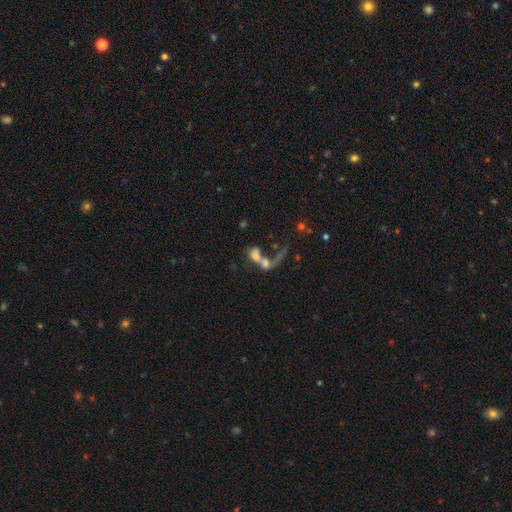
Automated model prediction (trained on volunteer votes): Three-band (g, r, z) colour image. It shows a smooth galaxy with no disk features (54%) that is in between round and cigar-shaped (59%). Merging: merger (69%).